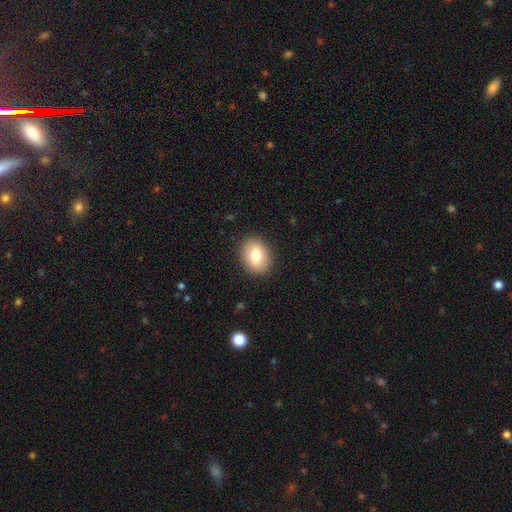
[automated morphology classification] Smooth or featured? smooth (78%)
How rounded? in between (60%)
Merging? none (89%)